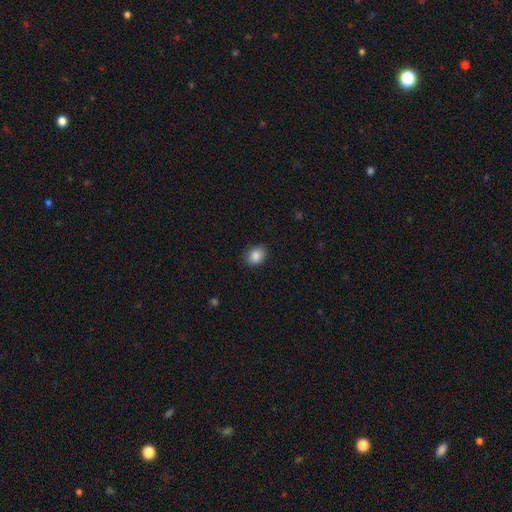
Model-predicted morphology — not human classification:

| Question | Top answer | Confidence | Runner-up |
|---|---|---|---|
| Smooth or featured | smooth | 87% | star or artifact (8%) |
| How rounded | in between | 65% | round (34%) |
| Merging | none | 84% | minor disturbance (13%) |